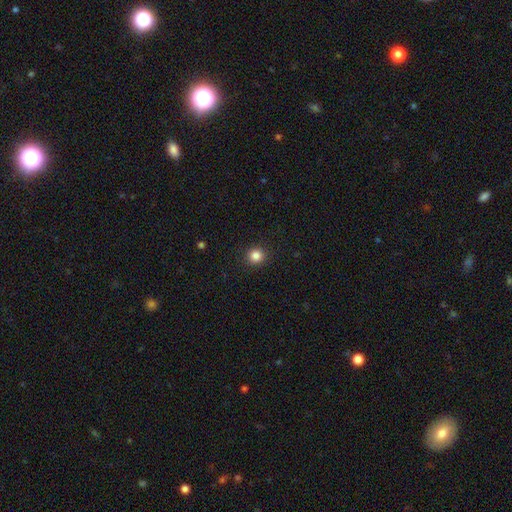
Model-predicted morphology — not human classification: smooth-or-featured: smooth: 84% | star or artifact: 12% | featured or disk: 4%
  how-rounded: round: 92% | in between: 7% | cigar-shaped: 1%
  merging: none: 92% | minor disturbance: 5% | major disturbance: 2% | merger: 1%